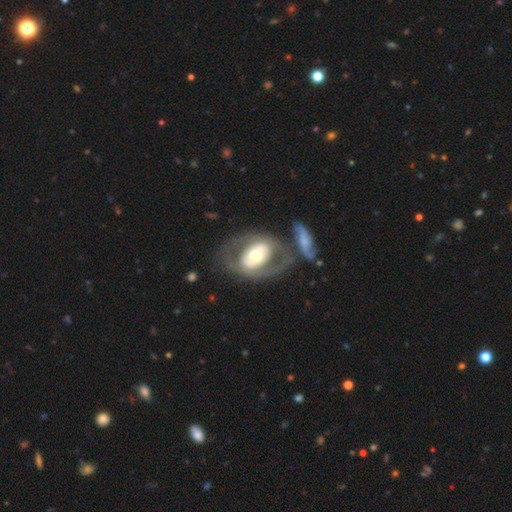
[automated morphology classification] featured or disk 65%, smooth 30%, star or artifact 5%. Down the decision tree: edge-on disk — no (94%); bar — no (62%); spiral arms — no (62%); bulge size — moderate (65%); merging — none (54%).